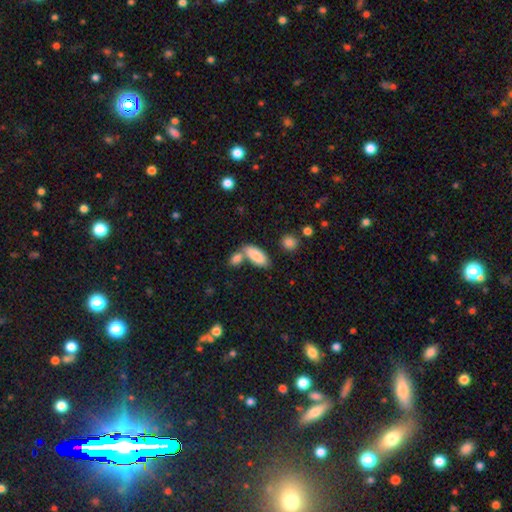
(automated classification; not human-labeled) Smooth or featured? smooth (86%)
How rounded? in between (84%)
Merging? none (48%)